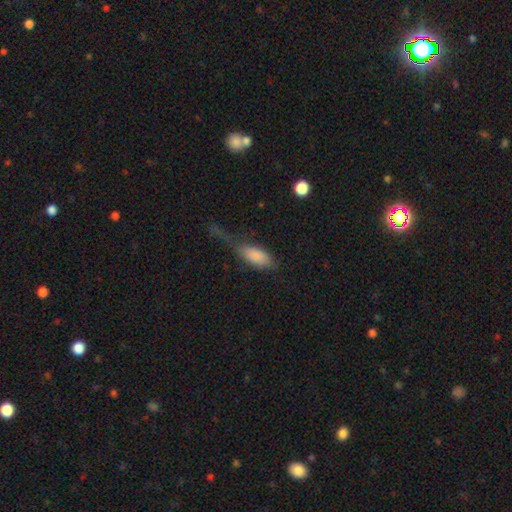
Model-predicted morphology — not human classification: Smooth or featured? Predicted: smooth (p=0.81). How rounded? Predicted: in between (p=0.85). Merging? Predicted: major disturbance (p=0.41).